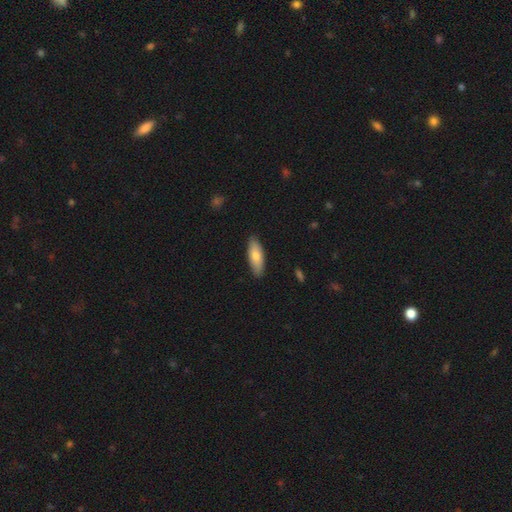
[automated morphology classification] The model was most divided on "how rounded": in between: 64%, cigar-shaped: 34%, round: 2%. More confident: merging — none (88%); smooth or featured — smooth (76%).